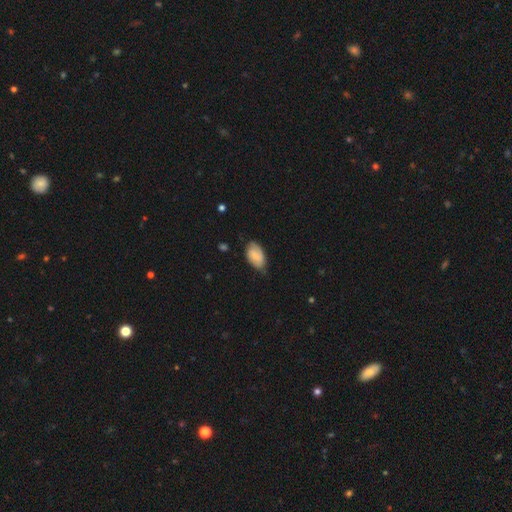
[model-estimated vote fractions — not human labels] A smooth galaxy with no disk features (68%) that is in between round and cigar-shaped (92%).

Vote fractions:
- Smooth or featured? smooth: 68% / featured or disk: 25% / star or artifact: 7%
- How rounded? in between: 92% / round: 6% / cigar-shaped: 2%
- Merging? none: 60% / minor disturbance: 33% / major disturbance: 6% / merger: 2%